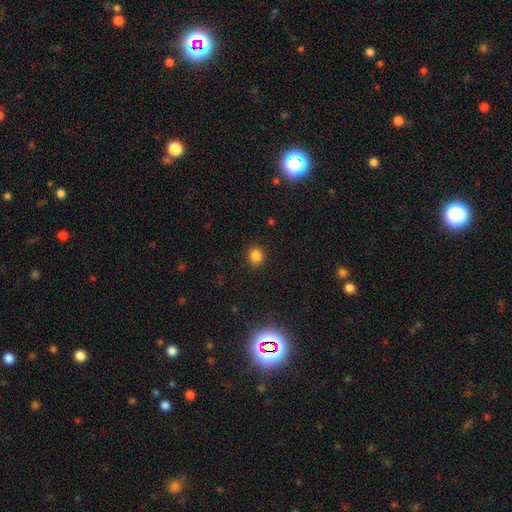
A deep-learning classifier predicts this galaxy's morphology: Smooth or featured?
  - smooth: 84% *
  - star or artifact: 12%
  - featured or disk: 4%
How rounded?
  - round: 78% *
  - in between: 21%
  - cigar-shaped: 1%
Merging?
  - none: 90% *
  - minor disturbance: 6%
  - major disturbance: 2%
  - merger: 1%